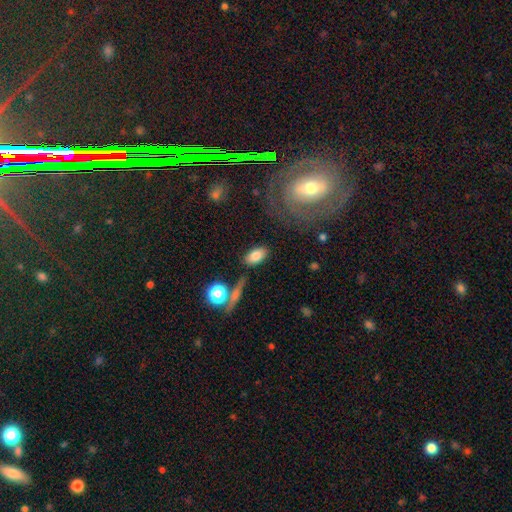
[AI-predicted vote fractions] smooth_or_featured: smooth (p=0.81) [alt: featured or disk p=0.11]
how_rounded: in between (p=0.91) [alt: round p=0.05]
merging: none (p=0.81) [alt: minor disturbance p=0.11]